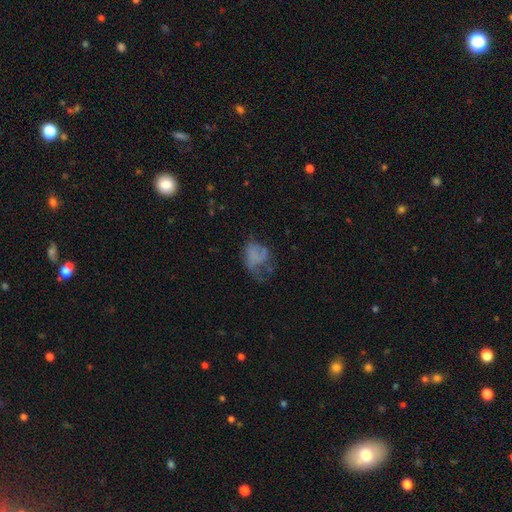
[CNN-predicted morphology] smooth-or-featured: smooth: 49% | featured or disk: 36% | star or artifact: 15%
  merging: major disturbance: 48% | none: 25% | minor disturbance: 23% | merger: 4%